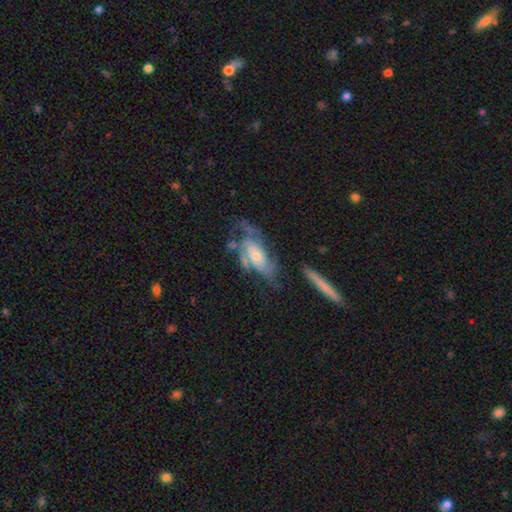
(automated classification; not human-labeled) Smooth or featured? featured or disk (75%)
Edge-on disk? no (91%)
Bar? no (65%)
Spiral arms? yes (85%)
Spiral winding? medium (43%)
Spiral arm count? can't tell (35%)
Bulge size? small (44%)
Merging? none (43%)